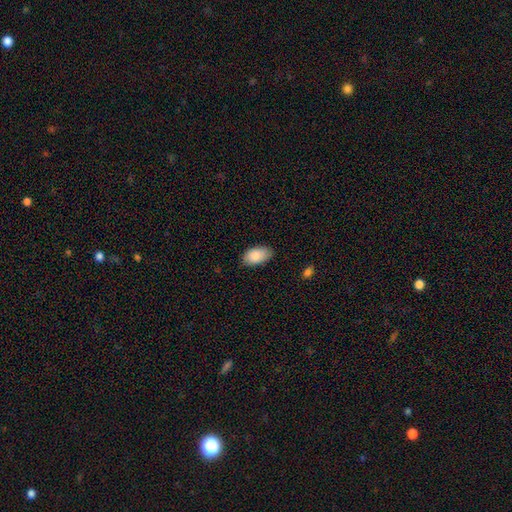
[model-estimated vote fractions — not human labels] smooth 87%, featured or disk 7%, star or artifact 7%. Down the decision tree: how rounded — in between (94%); merging — none (83%).